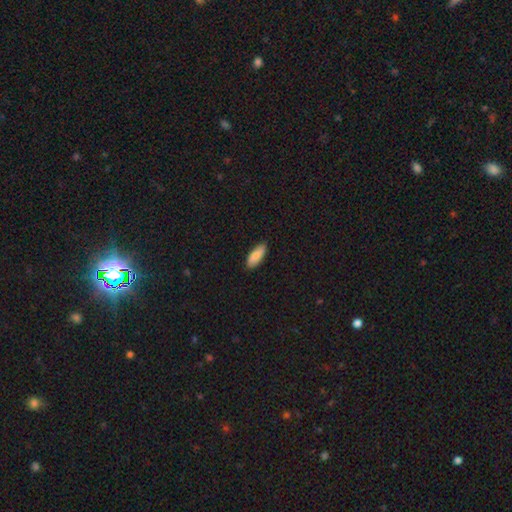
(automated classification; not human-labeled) smooth_or_featured: smooth (p=0.85) [alt: featured or disk p=0.09]
how_rounded: in between (p=0.71) [alt: cigar-shaped p=0.27]
merging: none (p=0.86) [alt: minor disturbance p=0.11]